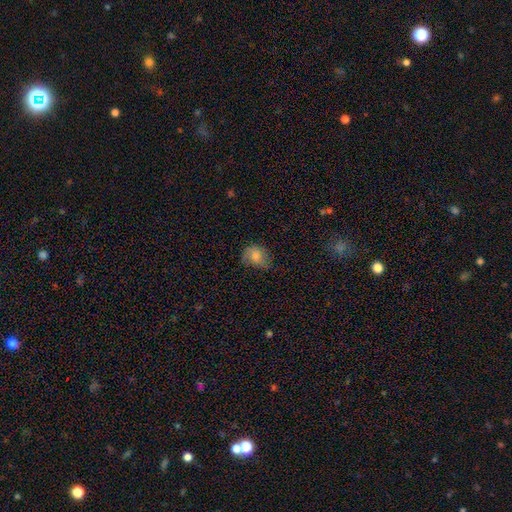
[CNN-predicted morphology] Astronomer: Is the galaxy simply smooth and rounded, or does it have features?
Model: smooth — 75%.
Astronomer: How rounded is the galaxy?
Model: in between — 50% (runner-up: round, 49%).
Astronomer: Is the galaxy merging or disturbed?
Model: none — 55%.